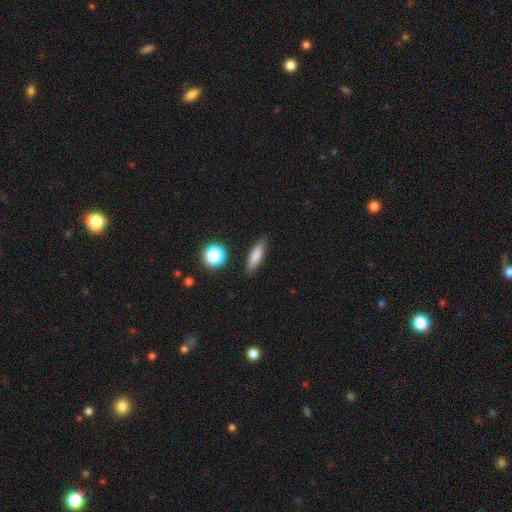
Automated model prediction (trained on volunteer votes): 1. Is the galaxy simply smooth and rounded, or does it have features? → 79% smooth, 11% featured or disk, 9% star or artifact.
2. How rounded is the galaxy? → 49% cigar-shaped, 47% in between, 4% round.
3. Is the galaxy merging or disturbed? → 86% none, 10% minor disturbance, 2% major disturbance, 2% merger.